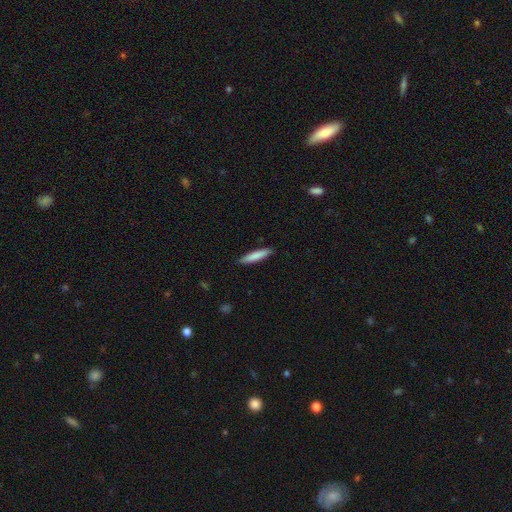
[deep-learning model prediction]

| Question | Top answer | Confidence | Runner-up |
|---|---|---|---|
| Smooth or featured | smooth | 82% | featured or disk (13%) |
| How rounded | cigar-shaped | 89% | in between (10%) |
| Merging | none | 90% | minor disturbance (7%) |